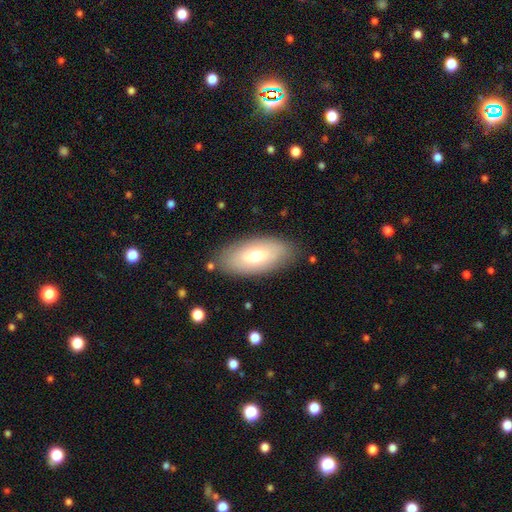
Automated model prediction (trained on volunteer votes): smooth_or_featured: smooth (p=0.66) [alt: featured or disk p=0.27]
how_rounded: in between (p=0.91) [alt: cigar-shaped p=0.06]
merging: none (p=0.83) [alt: minor disturbance p=0.12]